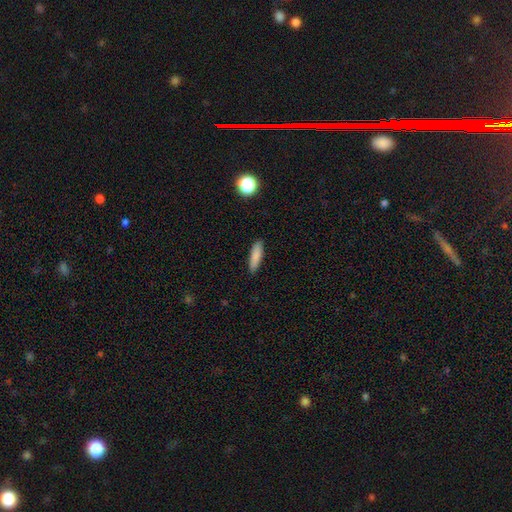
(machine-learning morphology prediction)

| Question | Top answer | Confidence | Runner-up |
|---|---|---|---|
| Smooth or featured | smooth | 85% | featured or disk (8%) |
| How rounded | cigar-shaped | 67% | in between (31%) |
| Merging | none | 88% | minor disturbance (9%) |